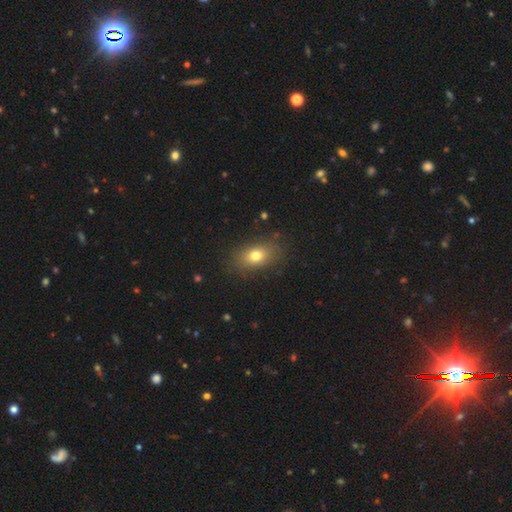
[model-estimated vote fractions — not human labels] This is likely a smooth galaxy (75%). How rounded: likely in between (78%). Merging: clearly none (84%).